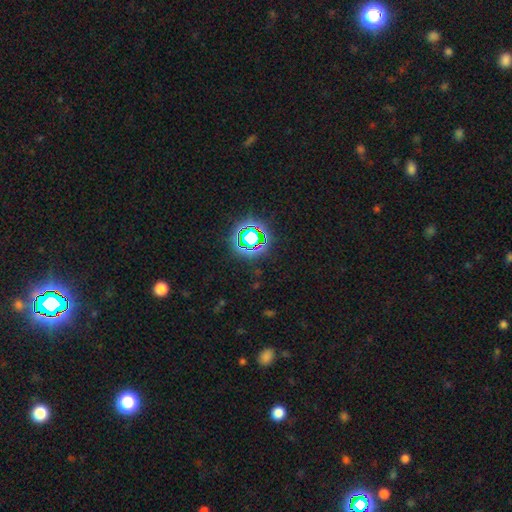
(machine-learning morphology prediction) smooth-or-featured: star or artifact: 77% | smooth: 17% | featured or disk: 7%